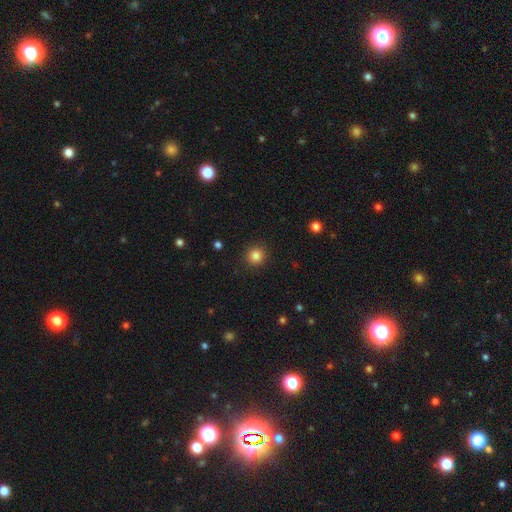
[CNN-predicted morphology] Smooth or featured: smooth — 84% (star or artifact — 12%)
How rounded: round — 94% (in between — 5%)
Merging: none — 92% (minor disturbance — 5%)